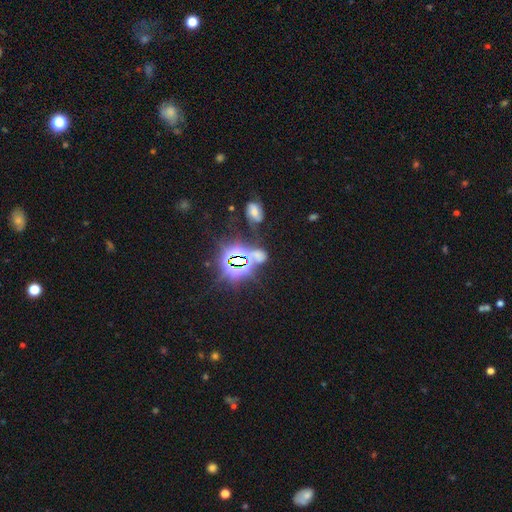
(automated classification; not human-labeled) Q: Smooth or featured?
A: star or artifact (63%); runner-up: smooth (23%)